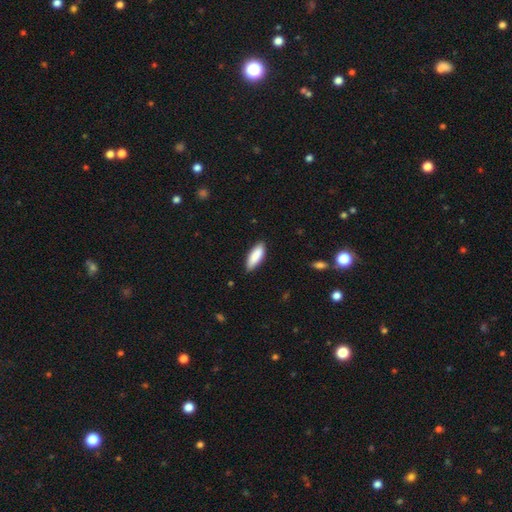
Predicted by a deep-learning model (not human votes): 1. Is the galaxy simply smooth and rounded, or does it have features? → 88% smooth, 6% featured or disk, 6% star or artifact.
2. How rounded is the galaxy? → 70% in between, 28% cigar-shaped, 2% round.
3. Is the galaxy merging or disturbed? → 84% none, 13% minor disturbance, 2% major disturbance, 1% merger.